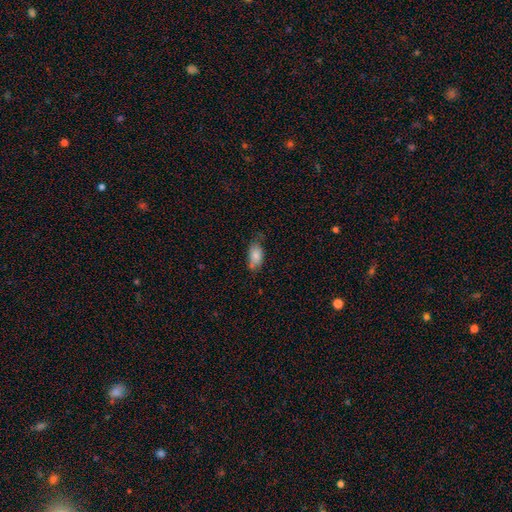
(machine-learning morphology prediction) Smooth or featured? smooth (81%)
How rounded? in between (89%)
Merging? none (54%)